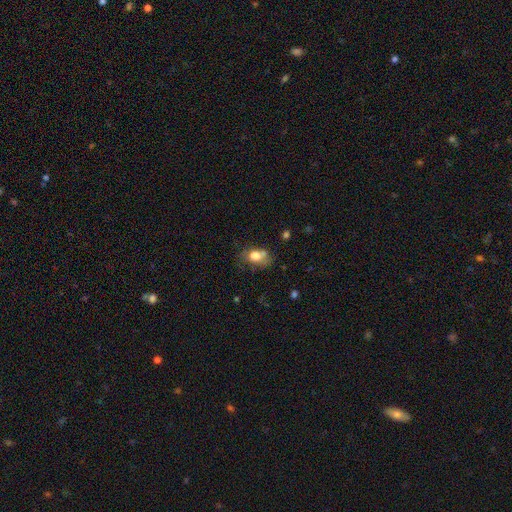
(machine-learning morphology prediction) smooth-or-featured: smooth: 74% | featured or disk: 16% | star or artifact: 10%
  how-rounded: in between: 74% | round: 24% | cigar-shaped: 2%
  merging: none: 41% | minor disturbance: 29% | major disturbance: 17% | merger: 14%